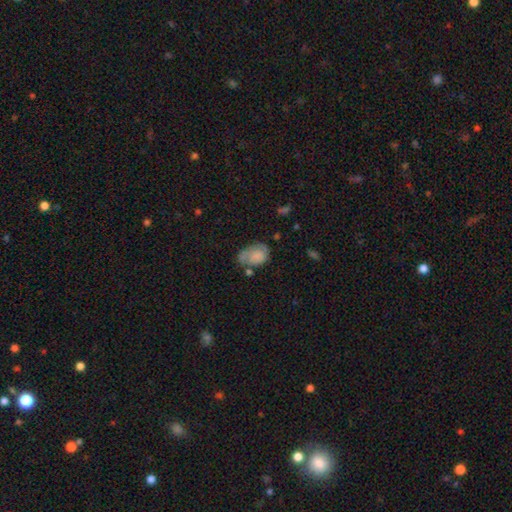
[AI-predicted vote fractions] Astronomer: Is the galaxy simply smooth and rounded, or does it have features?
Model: smooth — 69%.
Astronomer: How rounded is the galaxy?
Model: in between — 81%.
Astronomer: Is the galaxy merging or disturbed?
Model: none — 40% (runner-up: minor disturbance, 33%).